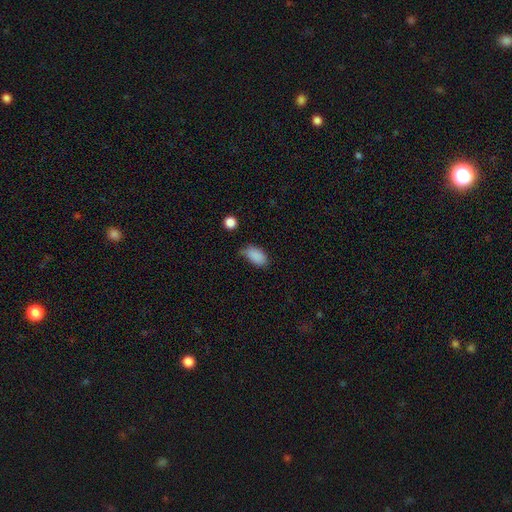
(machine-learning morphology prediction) smooth_or_featured: smooth (p=0.86) [alt: star or artifact p=0.09]
how_rounded: in between (p=0.93) [alt: round p=0.05]
merging: none (p=0.57) [alt: minor disturbance p=0.32]